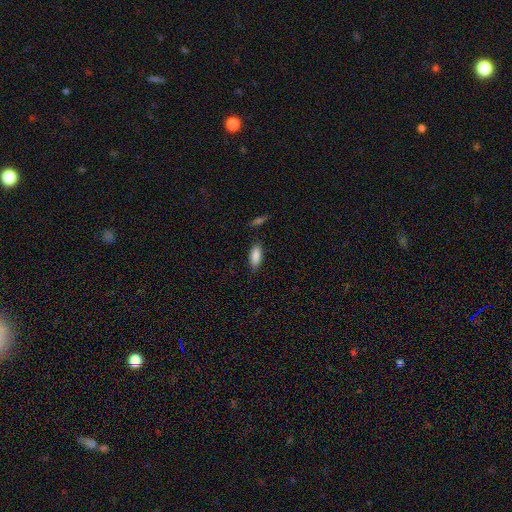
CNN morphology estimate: smooth 88%, star or artifact 7%, featured or disk 5%. Down the decision tree: how rounded — in between (83%); merging — none (82%).